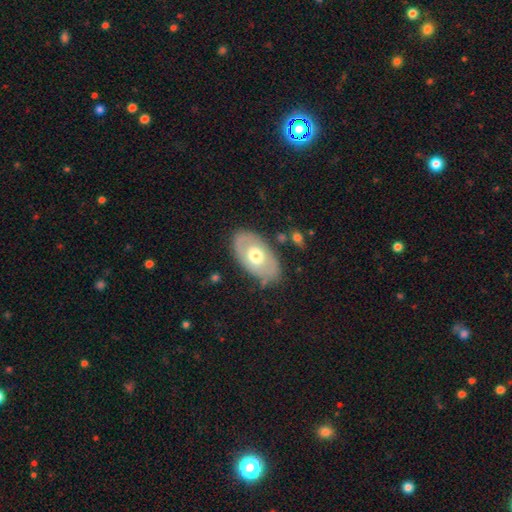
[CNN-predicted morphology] type=featured or disk (48%); merging=none (76%).